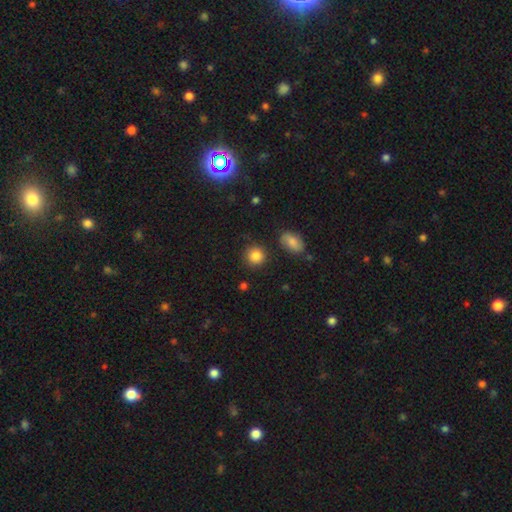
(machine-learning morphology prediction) The model was most divided on "merging": none: 83%, minor disturbance: 10%, merger: 3%, major disturbance: 3%. More confident: how rounded — round (89%); smooth or featured — smooth (86%).